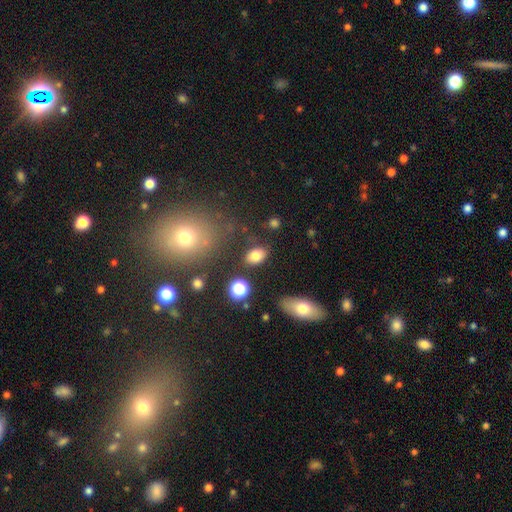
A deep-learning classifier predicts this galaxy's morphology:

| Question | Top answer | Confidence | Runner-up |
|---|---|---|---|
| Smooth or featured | smooth | 81% | star or artifact (11%) |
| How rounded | in between | 84% | round (15%) |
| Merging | none | 80% | minor disturbance (12%) |